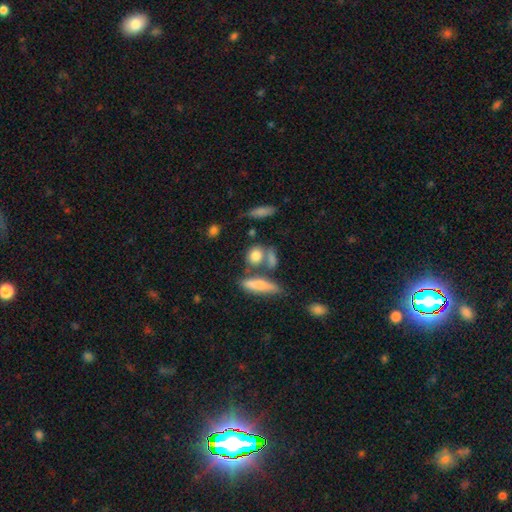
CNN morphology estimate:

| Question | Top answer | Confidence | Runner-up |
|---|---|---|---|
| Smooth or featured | smooth | 77% | featured or disk (13%) |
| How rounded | round | 44% | in between (43%) |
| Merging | none | 51% | merger (30%) |